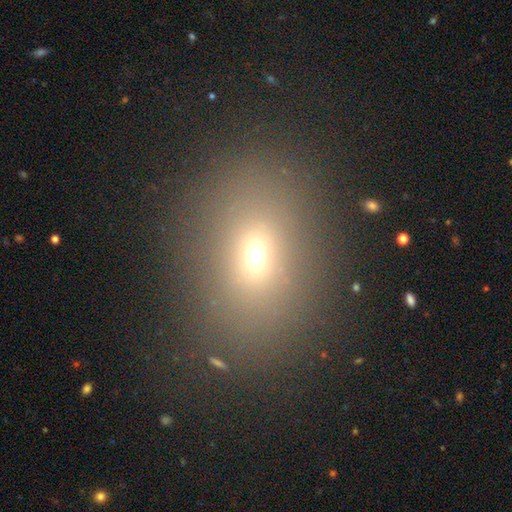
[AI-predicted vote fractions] A smooth galaxy with no disk features (63%) that is in between round and cigar-shaped (64%).

Vote fractions:
- Smooth or featured? smooth: 63% / star or artifact: 22% / featured or disk: 14%
- How rounded? in between: 64% / round: 34% / cigar-shaped: 2%
- Merging? none: 81% / minor disturbance: 10% / major disturbance: 6% / merger: 3%